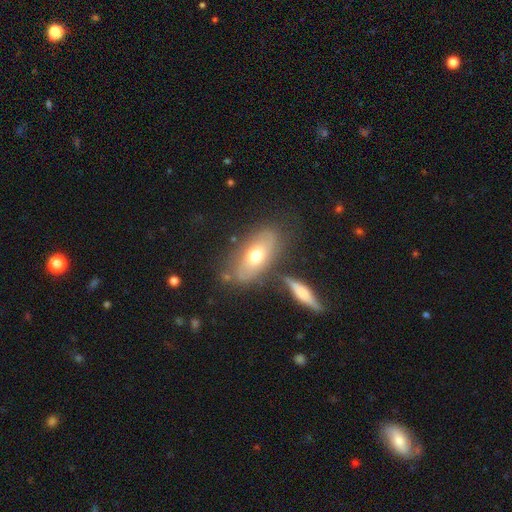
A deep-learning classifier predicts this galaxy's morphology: This appears to be a smooth galaxy with no disk features (53%) that is in between round and cigar-shaped (84%). Merging: none (65%).